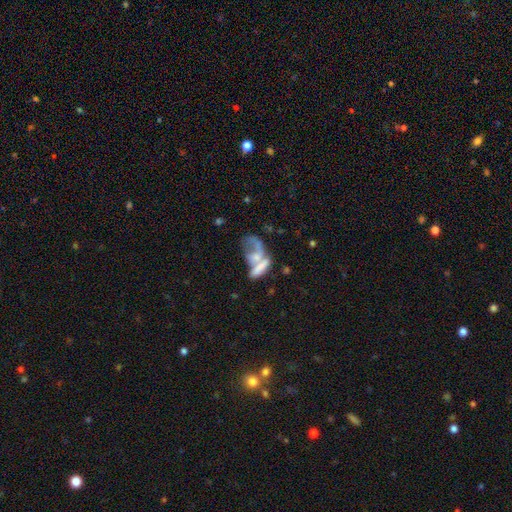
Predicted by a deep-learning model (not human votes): smooth 48%, featured or disk 42%, star or artifact 10%. Down the decision tree: merging — merger (58%).